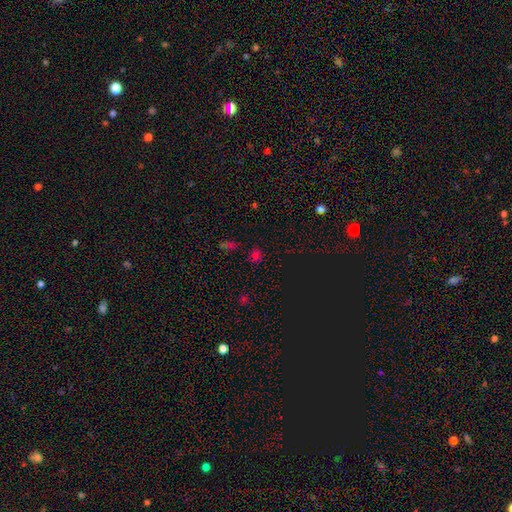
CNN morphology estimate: Smooth or featured? smooth (46%, tied with star or artifact)
Merging? none (78%)